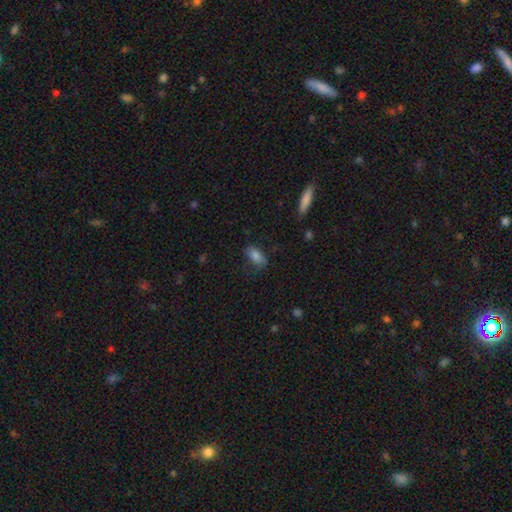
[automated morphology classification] smooth 83%, star or artifact 9%, featured or disk 8%. Down the decision tree: how rounded — in between (86%); merging — none (72%).